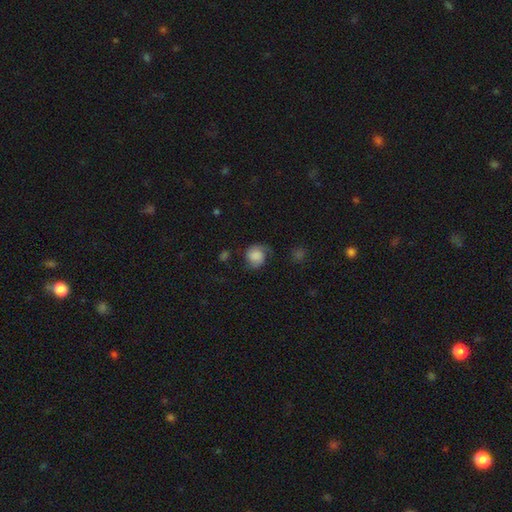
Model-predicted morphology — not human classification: type=smooth (62%); roundness=round (76%); merging=none (53%).